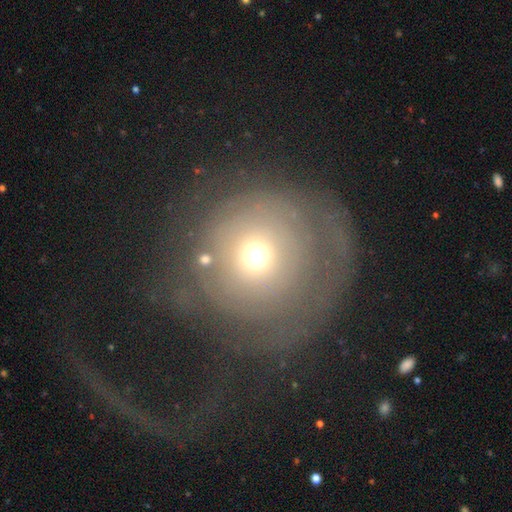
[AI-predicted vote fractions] Smooth or featured? featured or disk (47%)
Merging? none (48%)